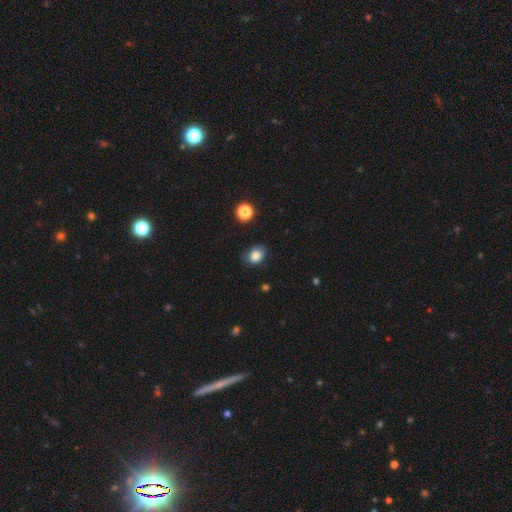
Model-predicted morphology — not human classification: This appears to be a smooth galaxy with no disk features (84%) that is in between round and cigar-shaped (54%). Merging: none (77%).